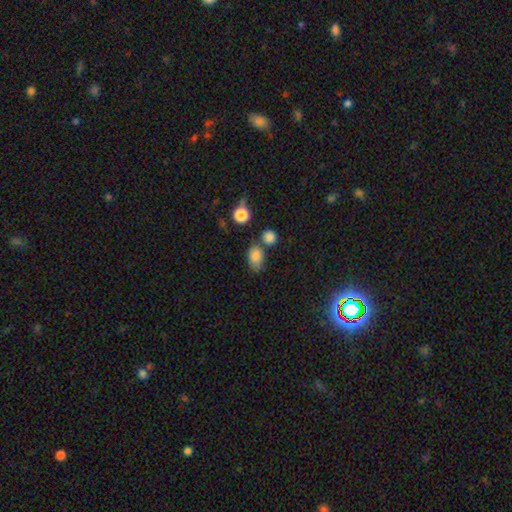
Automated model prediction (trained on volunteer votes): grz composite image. It shows a smooth galaxy with no disk features (82%) that is in between round and cigar-shaped (79%). Merging: none (61%).